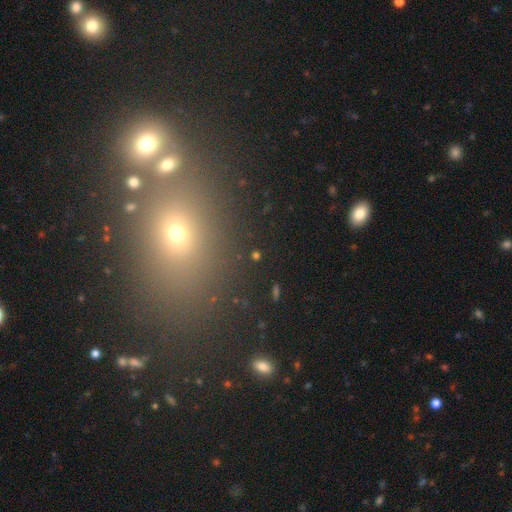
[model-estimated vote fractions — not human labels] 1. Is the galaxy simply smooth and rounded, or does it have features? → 43% smooth, 42% star or artifact, 15% featured or disk.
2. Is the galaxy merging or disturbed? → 81% none, 8% minor disturbance, 6% merger, 5% major disturbance.